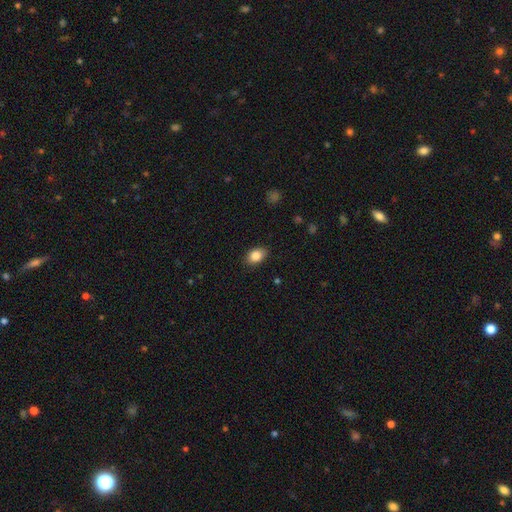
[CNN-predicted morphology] Smooth or featured? smooth (86%)
How rounded? in between (81%)
Merging? none (84%)